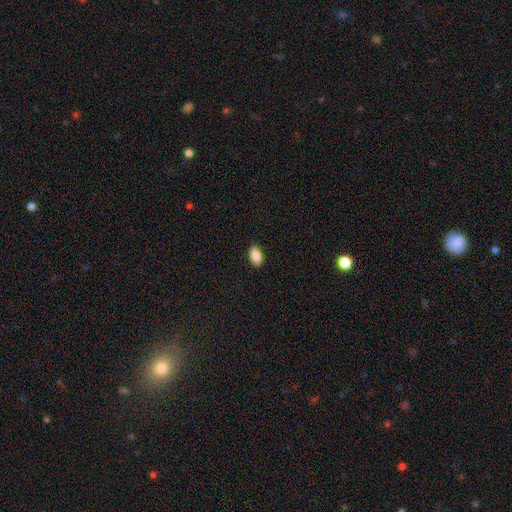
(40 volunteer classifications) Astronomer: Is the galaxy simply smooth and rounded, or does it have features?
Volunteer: smooth — 92%.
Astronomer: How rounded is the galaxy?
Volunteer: in between — 86%.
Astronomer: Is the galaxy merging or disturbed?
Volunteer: none — 84%.